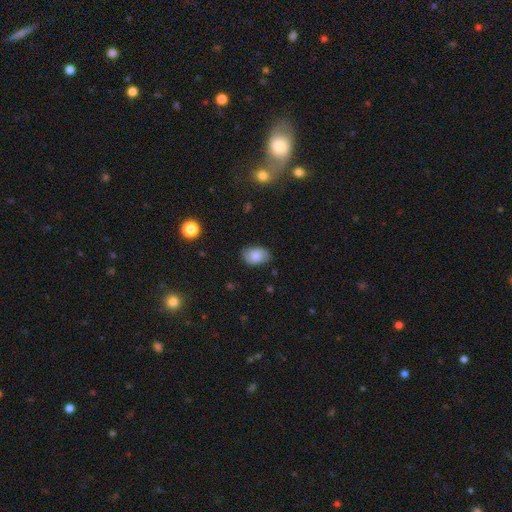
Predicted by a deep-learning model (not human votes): This appears to be a smooth galaxy with no disk features (76%) that is in between round and cigar-shaped (87%). Merging: none (77%).